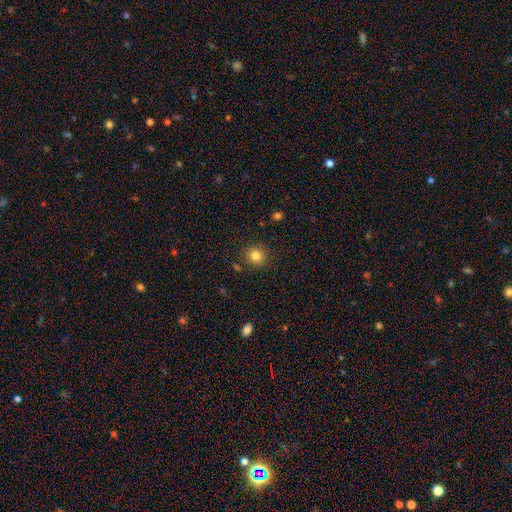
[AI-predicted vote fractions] This is clearly a smooth galaxy (83%). How rounded: clearly round (89%). Merging: clearly none (88%).